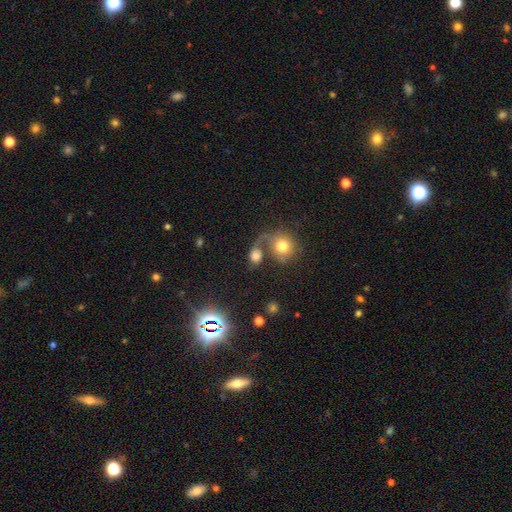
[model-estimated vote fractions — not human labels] smooth 66%, featured or disk 20%, star or artifact 15%. Down the decision tree: how rounded — round (61%); merging — merger (41%).